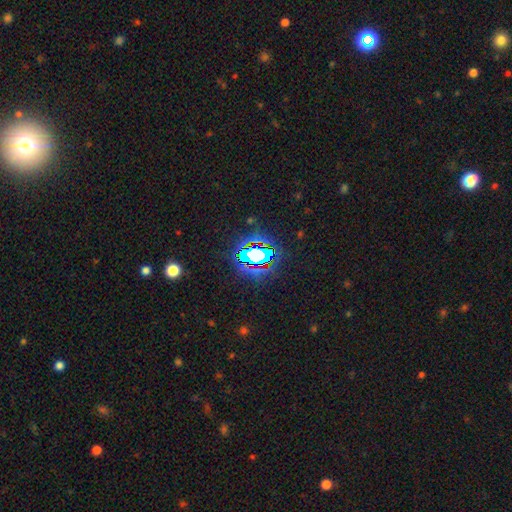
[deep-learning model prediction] Smooth or featured? star or artifact (68%)